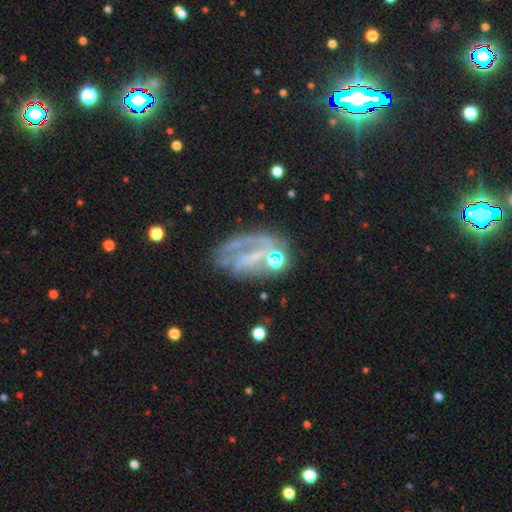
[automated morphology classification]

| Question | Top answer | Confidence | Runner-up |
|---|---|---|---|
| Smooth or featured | featured or disk | 63% | smooth (20%) |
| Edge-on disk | no | 94% | yes (6%) |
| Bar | no | 48% | weak (30%) |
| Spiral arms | yes | 57% | no (43%) |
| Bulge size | none | 49% | small (29%) |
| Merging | none | 43% | major disturbance (28%) |